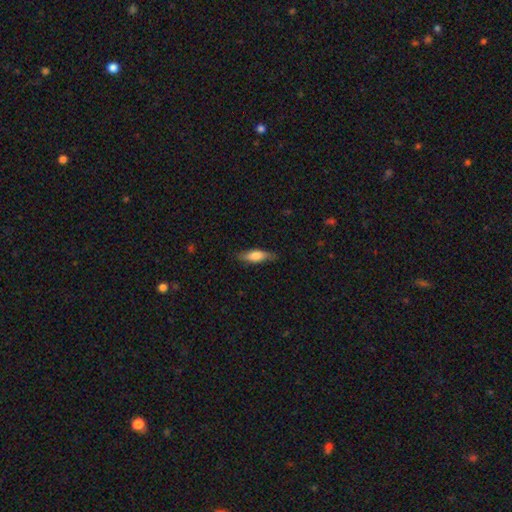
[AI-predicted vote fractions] smooth_or_featured: smooth (p=0.65) [alt: featured or disk p=0.29]
how_rounded: cigar-shaped (p=0.51) [alt: in between p=0.47]
merging: none (p=0.80) [alt: minor disturbance p=0.15]